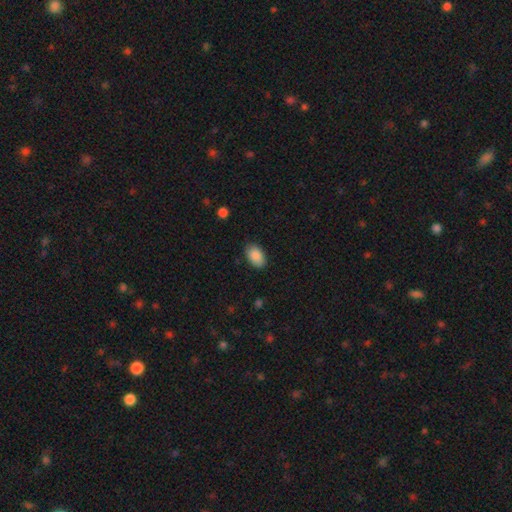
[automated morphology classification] The model was most divided on "merging": none: 86%, minor disturbance: 11%, major disturbance: 3%, merger: 1%. More confident: how rounded — in between (91%); smooth or featured — smooth (89%).